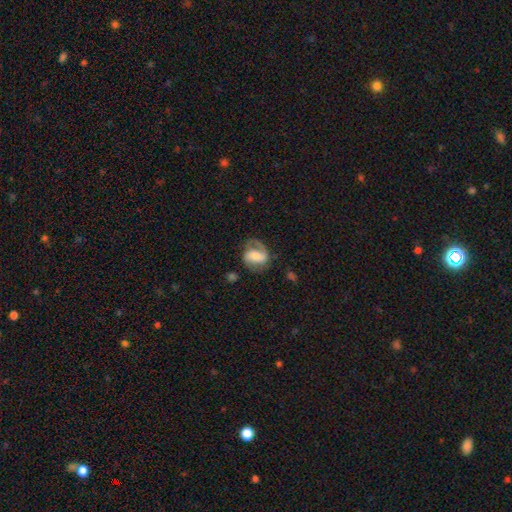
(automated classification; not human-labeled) featured or disk 67%, smooth 27%, star or artifact 7%. Down the decision tree: edge-on disk — no (97%); bar — weak (39%); spiral arms — yes (89%); spiral arm count — 2 (70%); spiral winding — medium (46%); bulge size — moderate (46%); merging — none (60%).